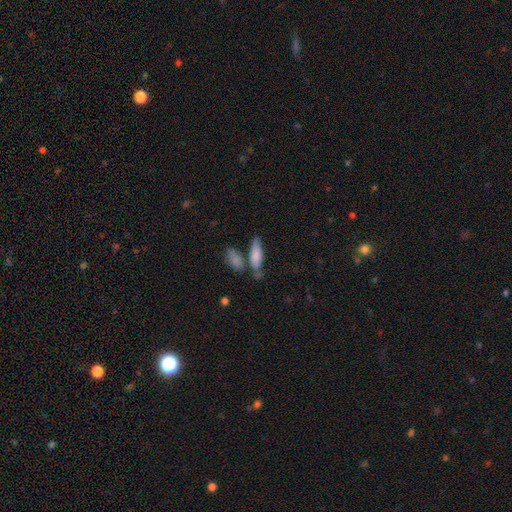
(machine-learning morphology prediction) This is likely a smooth galaxy (78%). How rounded: possibly in between (50%). Merging: likely none (60%).